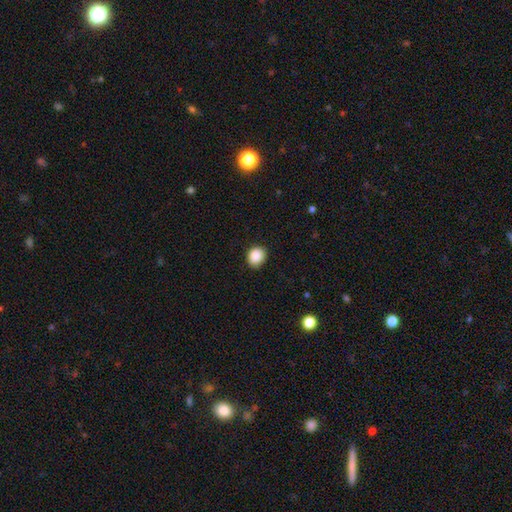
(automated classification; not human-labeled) smooth-or-featured: smooth: 88% | star or artifact: 9% | featured or disk: 3%
  how-rounded: round: 74% | in between: 25% | cigar-shaped: 1%
  merging: none: 87% | minor disturbance: 10% | major disturbance: 2% | merger: 1%